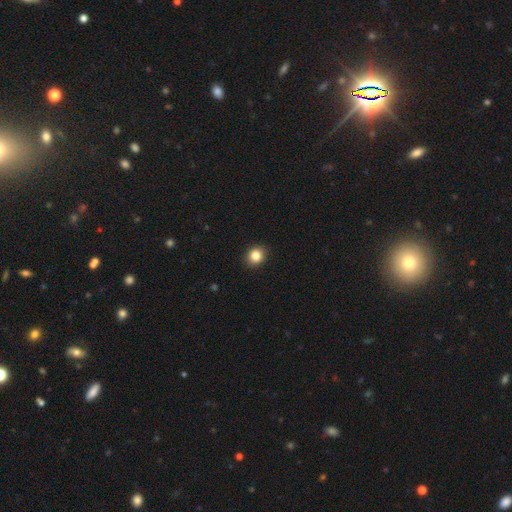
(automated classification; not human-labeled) This appears to be a smooth galaxy with no disk features (85%) that is round (72%). Merging: none (91%).